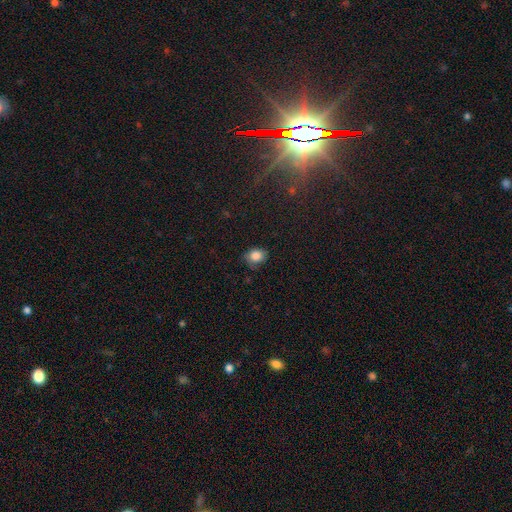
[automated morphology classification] Smooth or featured? smooth (84%)
How rounded? round (50%)
Merging? none (72%)